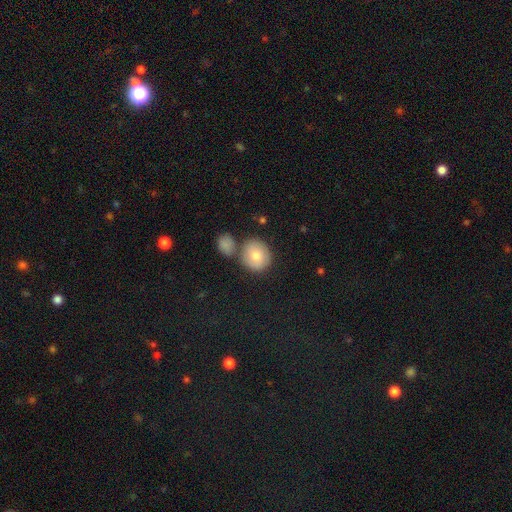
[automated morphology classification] This is likely a smooth galaxy (78%). How rounded: clearly round (81%). Merging: likely none (63%).